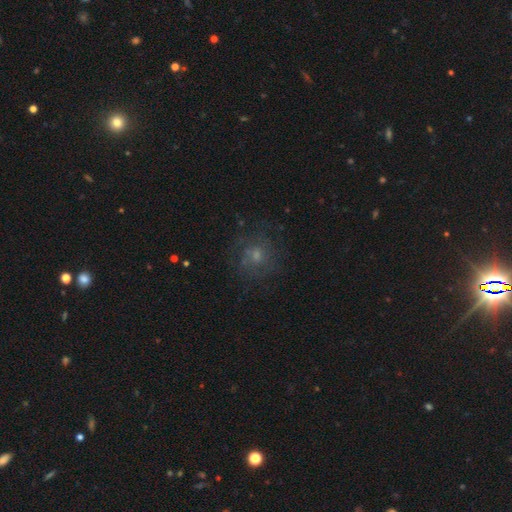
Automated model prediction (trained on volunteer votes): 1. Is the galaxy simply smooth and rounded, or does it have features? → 43% smooth, 38% featured or disk, 19% star or artifact.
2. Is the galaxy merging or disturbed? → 69% none, 16% minor disturbance, 12% major disturbance, 2% merger.